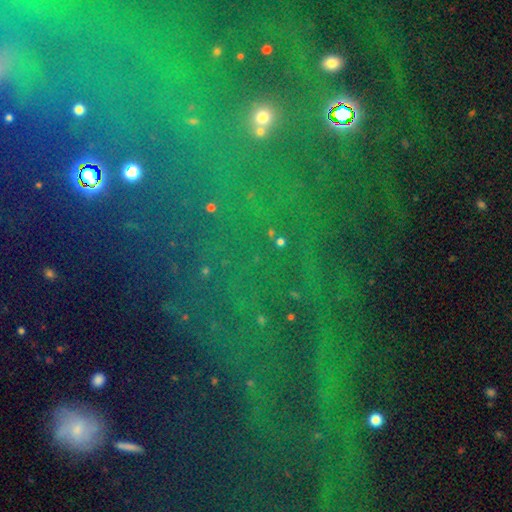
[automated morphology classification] The model was most divided on "smooth or featured": star or artifact: 76%, smooth: 13%, featured or disk: 11%.